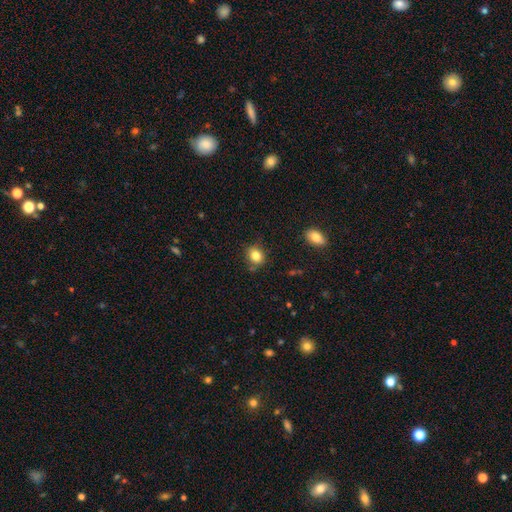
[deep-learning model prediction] Smooth or featured? smooth (83%)
How rounded? round (61%)
Merging? none (79%)